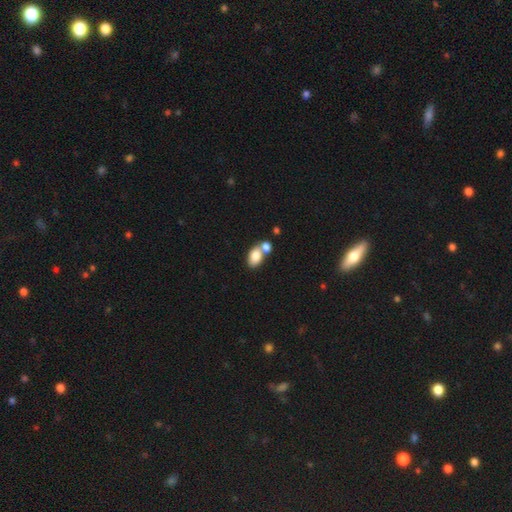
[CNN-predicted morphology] This is clearly a smooth galaxy (83%). How rounded: clearly in between (89%). Merging: possibly merger (48%).